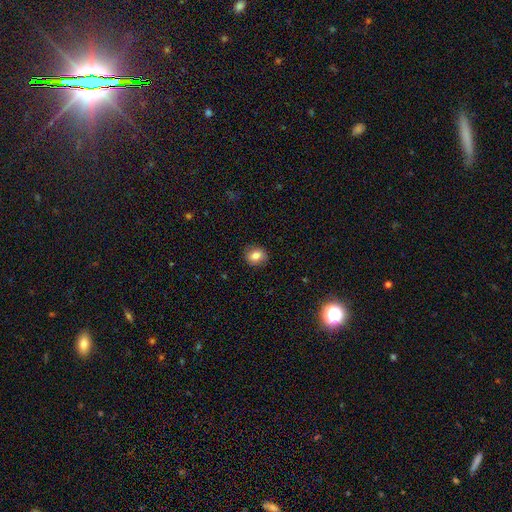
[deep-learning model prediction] Smooth or featured? Predicted: smooth (p=0.80). How rounded? Predicted: round (p=0.68). Merging? Predicted: none (p=0.88).